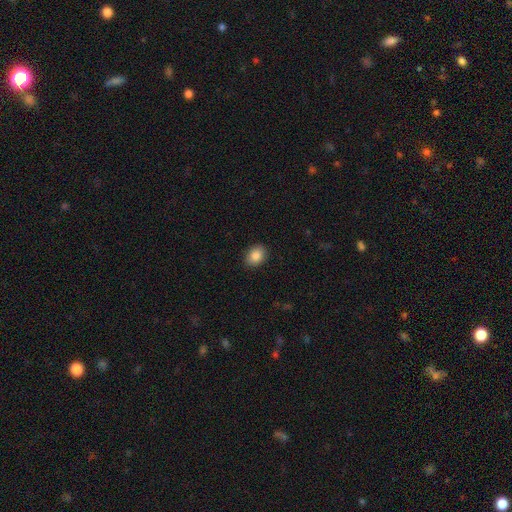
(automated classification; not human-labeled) The model was most divided on "how rounded": in between: 65%, round: 34%, cigar-shaped: 1%. More confident: merging — none (89%); smooth or featured — smooth (87%).